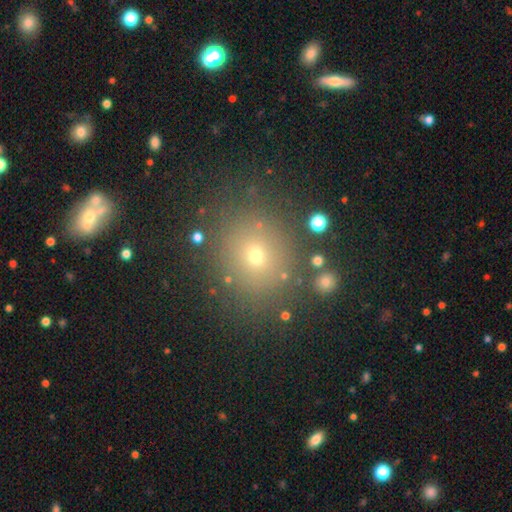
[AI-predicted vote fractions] This is likely a smooth galaxy (65%). How rounded: likely round (79%). Merging: clearly none (83%).